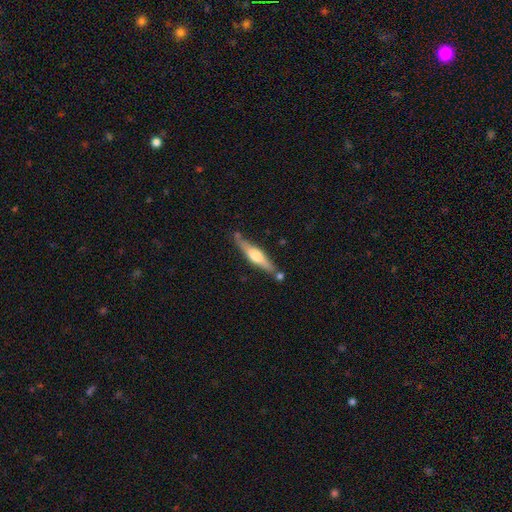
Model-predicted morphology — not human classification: This is likely a featured or disk galaxy (63%). It is clearly viewed edge-on (95%). Edge-on bulge: clearly rounded (88%). Merging: likely none (74%).